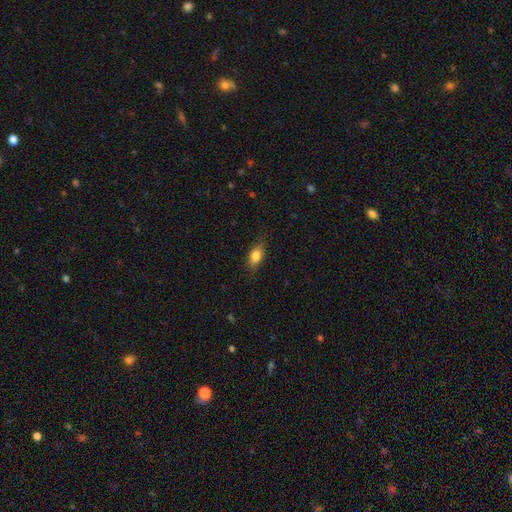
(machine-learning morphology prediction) smooth-or-featured: smooth: 81% | featured or disk: 11% | star or artifact: 8%
  how-rounded: in between: 82% | cigar-shaped: 10% | round: 8%
  merging: none: 81% | minor disturbance: 14% | major disturbance: 3% | merger: 1%